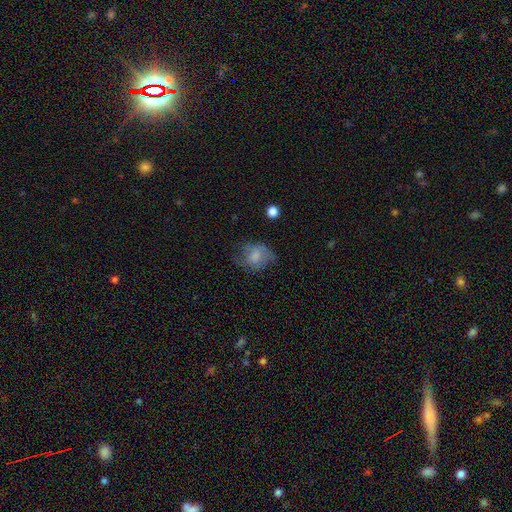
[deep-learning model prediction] Smooth or featured? smooth (64%)
How rounded? round (54%)
Merging? none (47%)